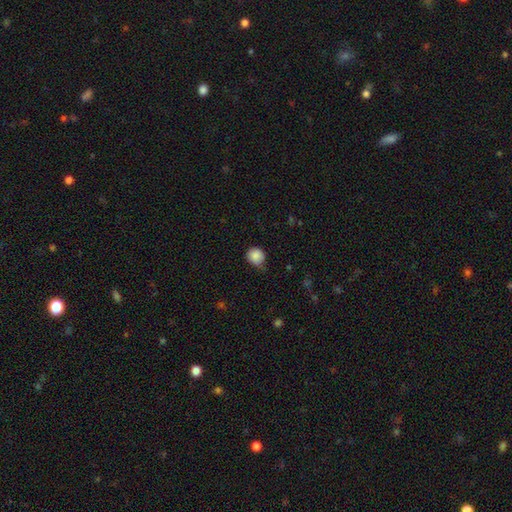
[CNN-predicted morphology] Smooth or featured?
  - smooth: 86% *
  - star or artifact: 9%
  - featured or disk: 5%
How rounded?
  - round: 82% *
  - in between: 17%
  - cigar-shaped: 1%
Merging?
  - none: 56% *
  - minor disturbance: 36%
  - major disturbance: 7%
  - merger: 2%